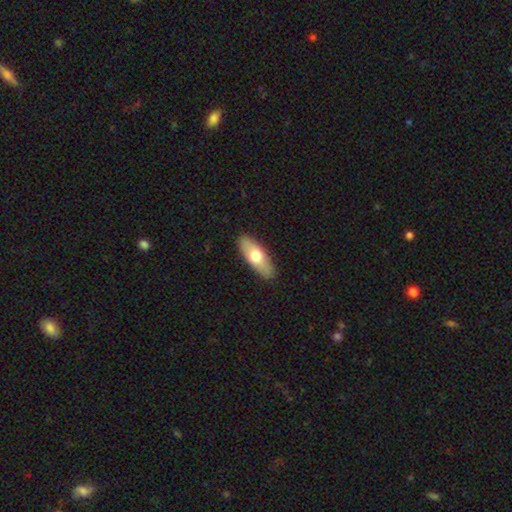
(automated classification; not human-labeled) Smooth or featured? smooth (67%)
How rounded? in between (72%)
Merging? none (89%)